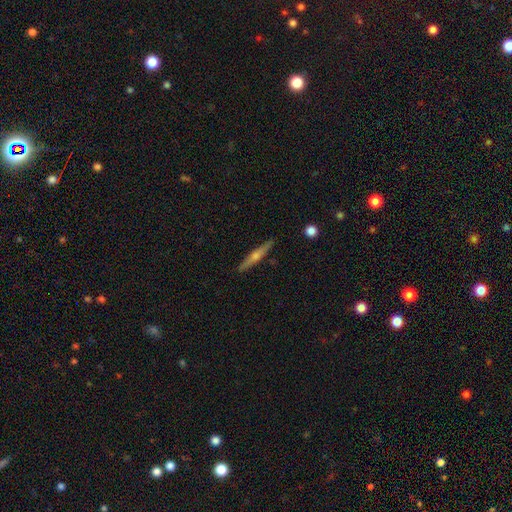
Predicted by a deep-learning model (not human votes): smooth_or_featured: featured or disk (p=0.69) [alt: smooth p=0.25]
disk_edge_on: yes (p=0.97) [alt: no p=0.03]
edge_on_bulge: rounded (p=0.85) [alt: none p=0.10]
merging: none (p=0.91) [alt: minor disturbance p=0.06]